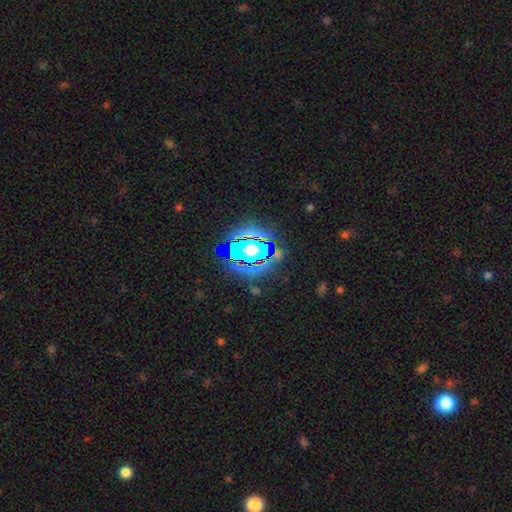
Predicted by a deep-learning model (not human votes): A star or artifact, not a galaxy (77%).